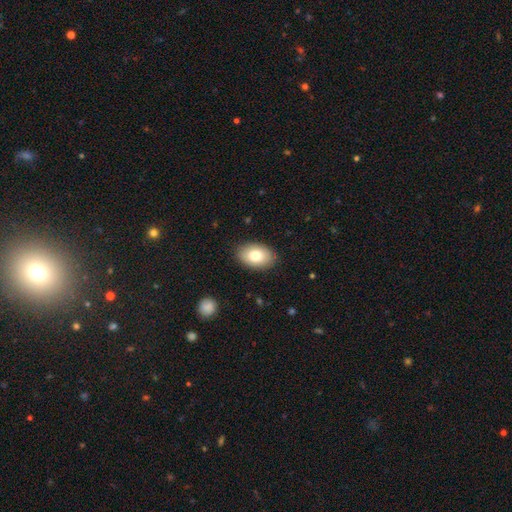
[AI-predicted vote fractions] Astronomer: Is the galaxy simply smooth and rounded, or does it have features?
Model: smooth — 78%.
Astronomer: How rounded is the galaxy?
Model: in between — 88%.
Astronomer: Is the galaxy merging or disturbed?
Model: none — 88%.